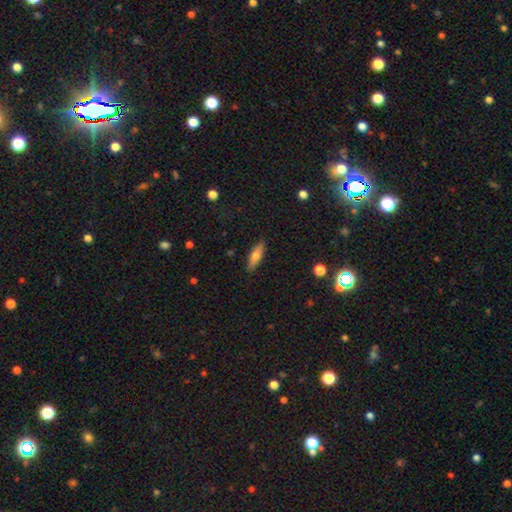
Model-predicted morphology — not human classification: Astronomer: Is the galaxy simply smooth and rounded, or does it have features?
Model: smooth — 67%.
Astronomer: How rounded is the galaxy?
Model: cigar-shaped — 55% (runner-up: in between, 42%).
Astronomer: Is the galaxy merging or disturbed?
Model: none — 87%.